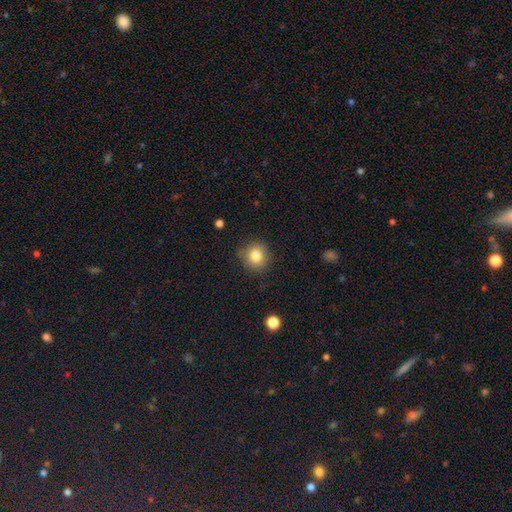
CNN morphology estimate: Smooth or featured: smooth — 83% (star or artifact — 10%)
How rounded: round — 89% (in between — 10%)
Merging: none — 83% (minor disturbance — 13%)